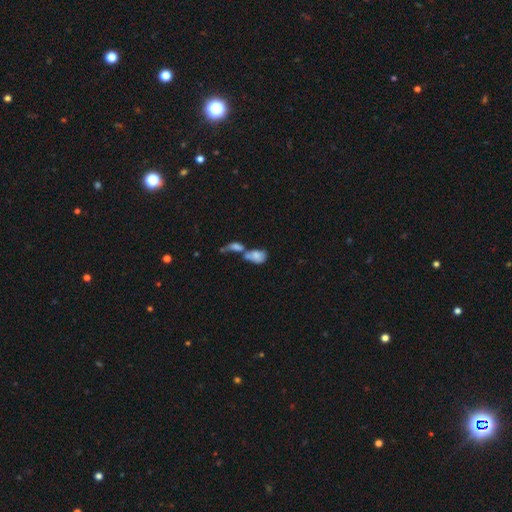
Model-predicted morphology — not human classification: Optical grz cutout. It shows a smooth galaxy with no disk features (70%) that is in between round and cigar-shaped (80%). Merging: merger (72%).